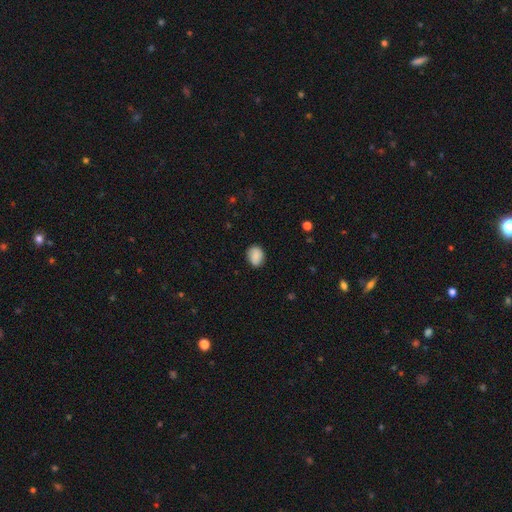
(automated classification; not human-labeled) This appears to be a smooth galaxy with no disk features (86%) that is in between round and cigar-shaped (52%). Merging: none (82%).